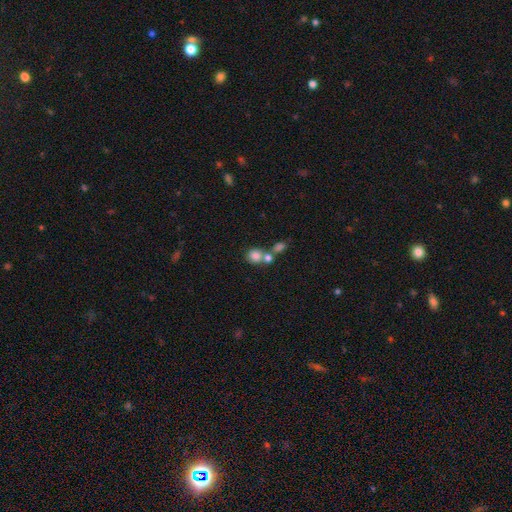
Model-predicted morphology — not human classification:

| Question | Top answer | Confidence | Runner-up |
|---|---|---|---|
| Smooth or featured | smooth | 80% | star or artifact (11%) |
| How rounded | round | 80% | in between (18%) |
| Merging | merger | 46% | none (41%) |